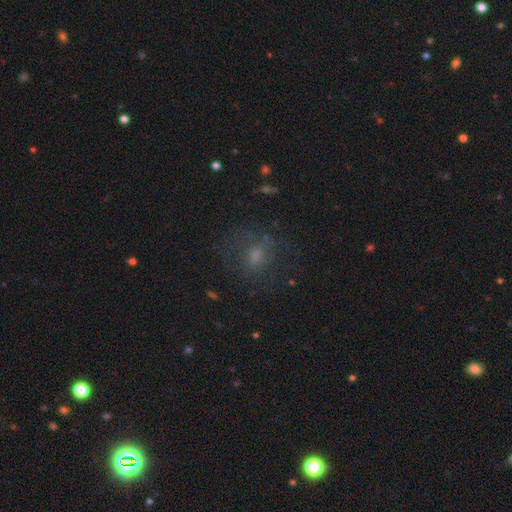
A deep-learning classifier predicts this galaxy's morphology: smooth 51%, featured or disk 30%, star or artifact 20%. Down the decision tree: how rounded — round (58%); merging — none (60%).